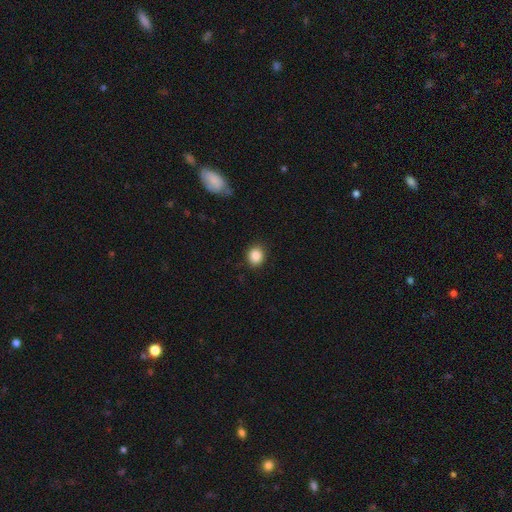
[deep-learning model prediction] Morphology: type=smooth (87%); roundness=round (80%); merging=none (87%).